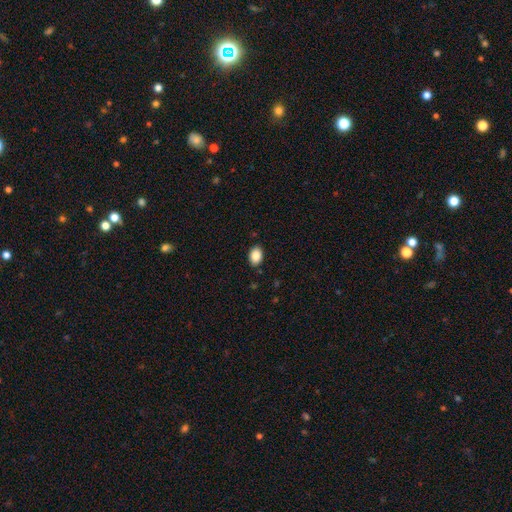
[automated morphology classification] This appears to be a smooth galaxy with no disk features (87%) that is in between round and cigar-shaped (82%). Merging: none (88%).